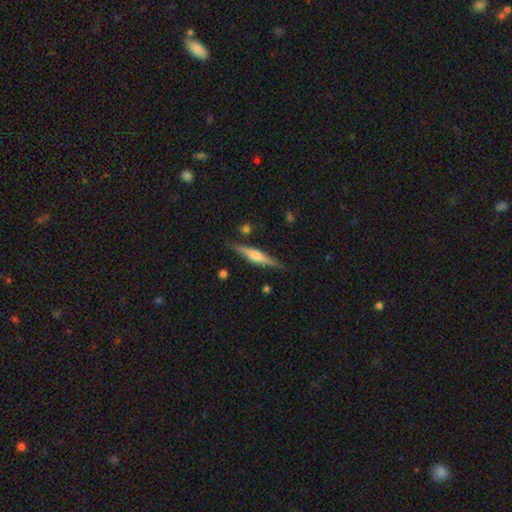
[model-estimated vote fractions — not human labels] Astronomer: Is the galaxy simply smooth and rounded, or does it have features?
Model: featured or disk — 58% (runner-up: smooth, 36%).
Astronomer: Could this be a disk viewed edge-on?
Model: yes — 96%.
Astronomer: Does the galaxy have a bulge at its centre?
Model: rounded — 73%.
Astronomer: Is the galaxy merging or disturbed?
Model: none — 85%.